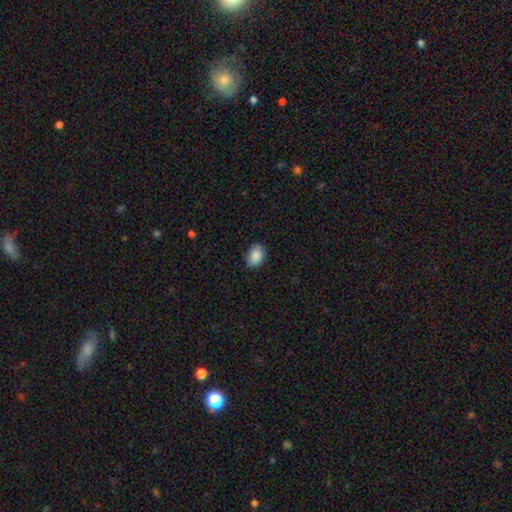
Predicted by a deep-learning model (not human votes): A smooth galaxy with no disk features (88%) that is in between round and cigar-shaped (76%). Merging: none (81%).